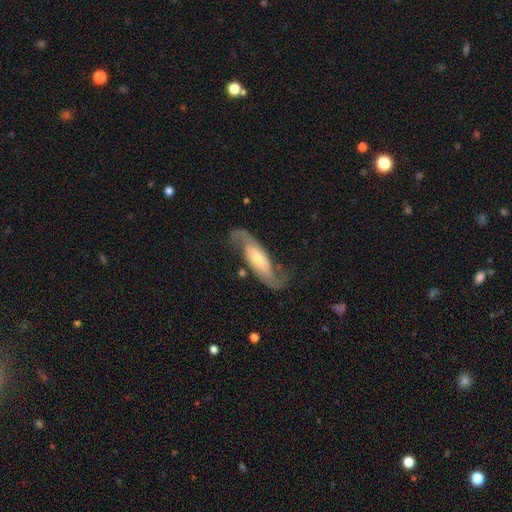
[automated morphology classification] smooth-or-featured: featured or disk: 85% | smooth: 10% | star or artifact: 5%
  disk-edge-on: no: 89% | yes: 11%
    bar: no: 43% | weak: 34% | strong: 23%
    has-spiral-arms: yes: 96% | no: 4%
      spiral-winding: loose: 44% | medium: 40% | tight: 16%
      spiral-arm-count: 2: 91% | can't tell: 4% | 1: 2% | 3: 1% | 4: 1% | more than 4: 1%
    bulge-size: moderate: 52% | small: 37% | large: 7% | none: 2% | dominant: 2%
  merging: none: 75% | minor disturbance: 15% | major disturbance: 9% | merger: 2%